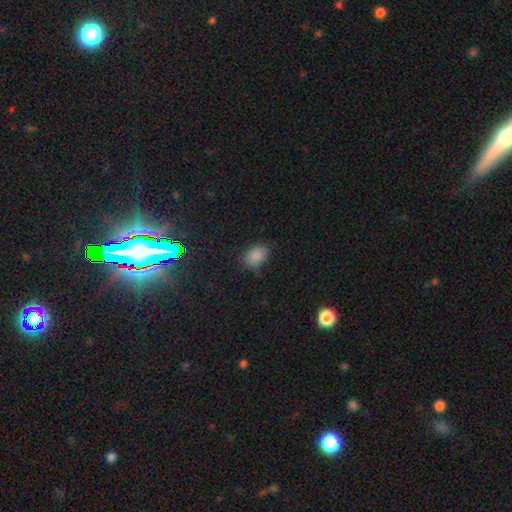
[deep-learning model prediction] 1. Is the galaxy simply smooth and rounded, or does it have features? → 85% smooth, 11% star or artifact, 4% featured or disk.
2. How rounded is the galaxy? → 77% in between, 22% round, 1% cigar-shaped.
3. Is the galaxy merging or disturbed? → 74% none, 20% minor disturbance, 5% major disturbance, 2% merger.